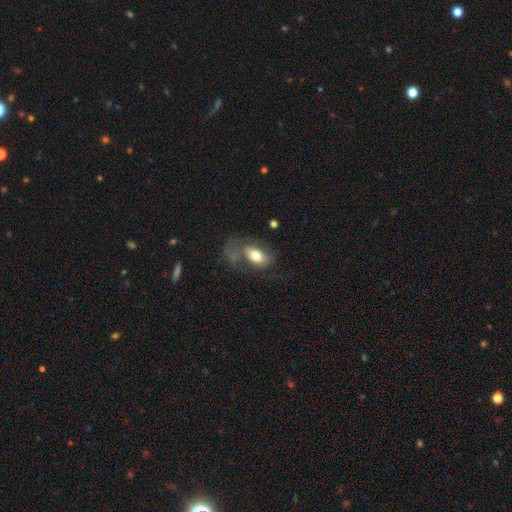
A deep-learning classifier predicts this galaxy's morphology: Smooth or featured? smooth (73%)
How rounded? in between (89%)
Merging? none (38%)